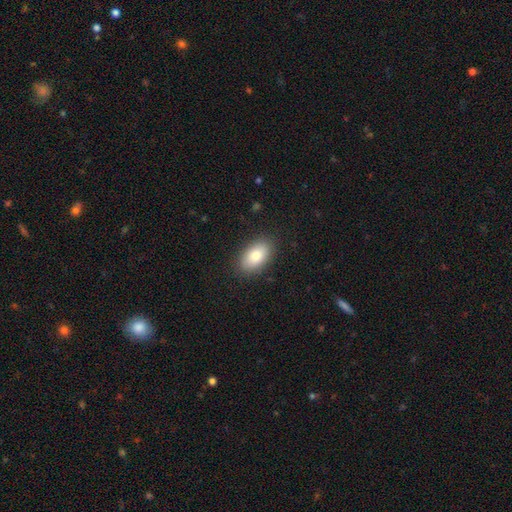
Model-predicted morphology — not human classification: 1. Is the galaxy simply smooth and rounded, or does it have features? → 81% smooth, 13% featured or disk, 7% star or artifact.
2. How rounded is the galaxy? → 92% in between, 6% round, 2% cigar-shaped.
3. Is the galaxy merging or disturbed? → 87% none, 9% minor disturbance, 2% major disturbance, 1% merger.